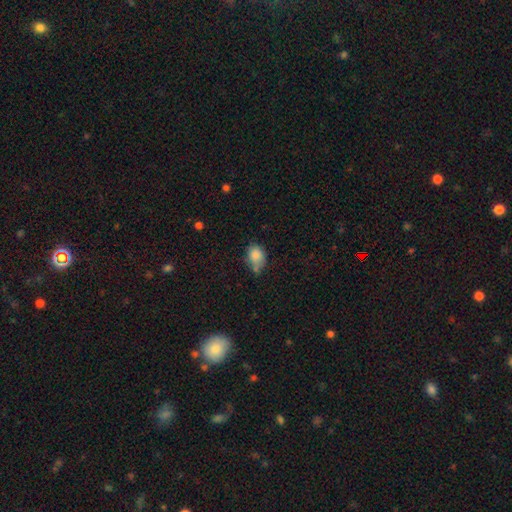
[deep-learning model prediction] Smooth or featured? smooth (83%)
How rounded? in between (60%)
Merging? none (44%)